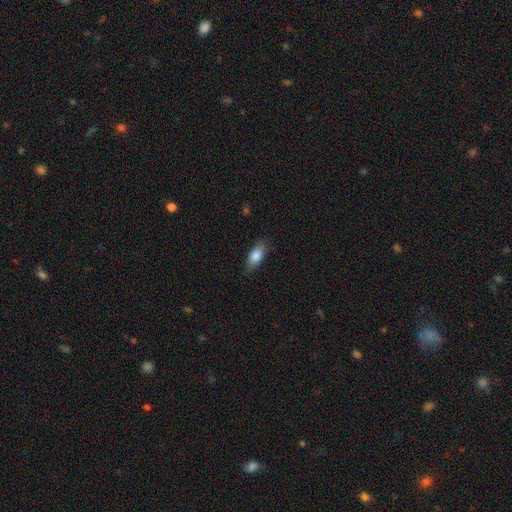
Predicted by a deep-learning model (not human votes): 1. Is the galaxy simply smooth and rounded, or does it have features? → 84% smooth, 9% featured or disk, 7% star or artifact.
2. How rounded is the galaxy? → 85% in between, 12% cigar-shaped, 3% round.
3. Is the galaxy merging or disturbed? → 82% none, 14% minor disturbance, 3% major disturbance, 1% merger.